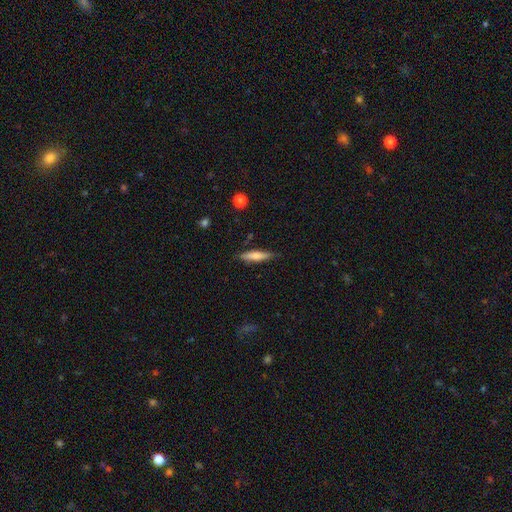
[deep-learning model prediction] smooth-or-featured: smooth: 62% | featured or disk: 32% | star or artifact: 6%
  how-rounded: cigar-shaped: 84% | in between: 14% | round: 2%
  merging: none: 83% | minor disturbance: 13% | major disturbance: 2% | merger: 2%